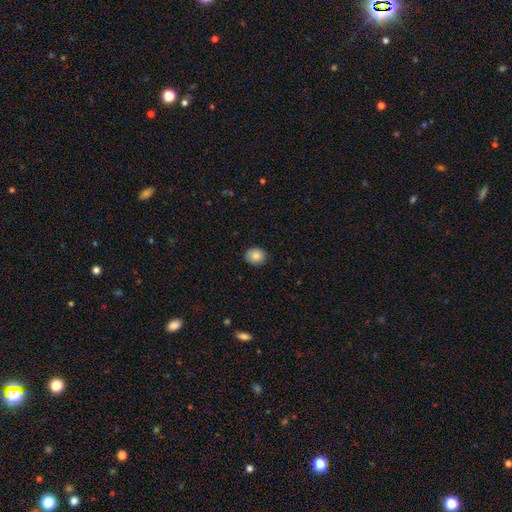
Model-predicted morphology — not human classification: smooth-or-featured: smooth: 84% | star or artifact: 9% | featured or disk: 7%
  how-rounded: round: 71% | in between: 28% | cigar-shaped: 1%
  merging: none: 85% | minor disturbance: 12% | major disturbance: 2% | merger: 1%